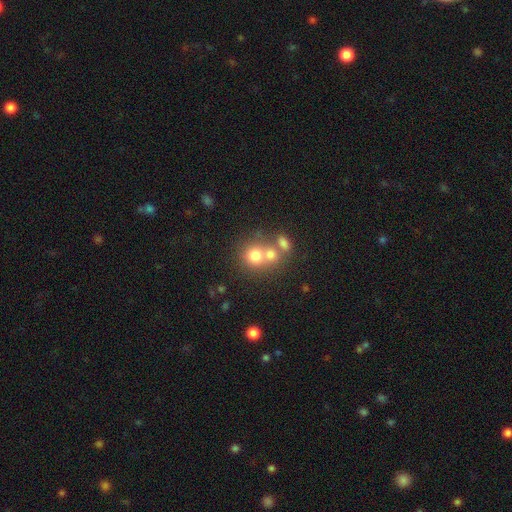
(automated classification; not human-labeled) Smooth or featured?
  - smooth: 71% *
  - featured or disk: 16%
  - star or artifact: 13%
How rounded?
  - round: 80% *
  - in between: 19%
  - cigar-shaped: 1%
Merging?
  - merger: 48% *
  - none: 40%
  - minor disturbance: 8%
  - major disturbance: 5%